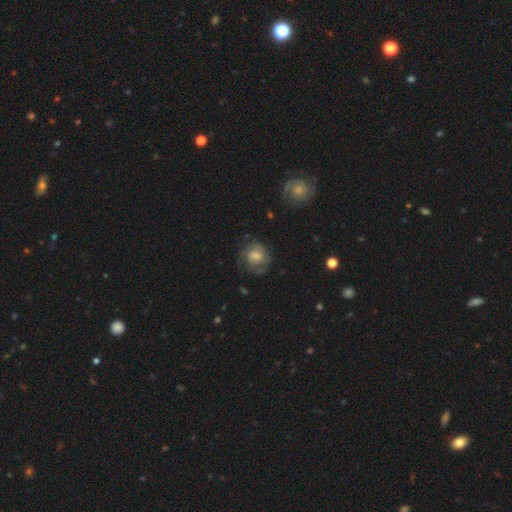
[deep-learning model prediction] Morphology: type=featured or disk (51%); edge-on=no (97%); merging=none (65%).